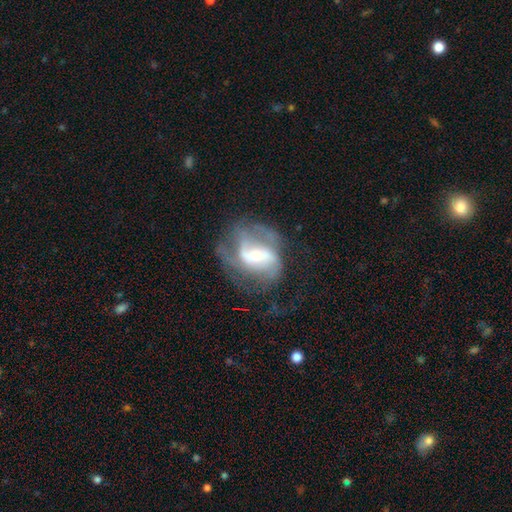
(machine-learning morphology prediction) Overall: featured or disk (80%). Edge-on disk: no (97%). Bar: weak (44%; no 31%). Spiral arms: yes (89%). Spiral arm count: 2 (55%; can't tell 18%). Spiral winding: medium (45%; loose 35%). Bulge size: small (46%; moderate 41%). Merging: none (48%; major disturbance 28%).